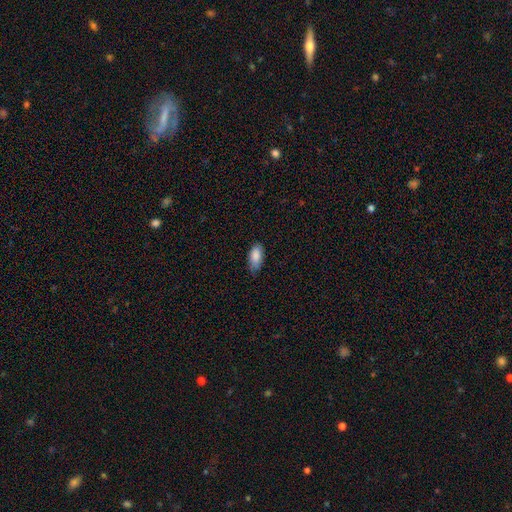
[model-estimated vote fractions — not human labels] smooth_or_featured: smooth (p=0.87) [alt: featured or disk p=0.06]
how_rounded: in between (p=0.91) [alt: cigar-shaped p=0.07]
merging: none (p=0.72) [alt: minor disturbance p=0.24]